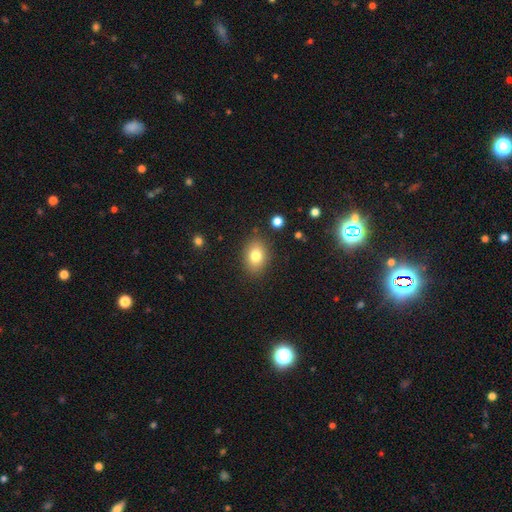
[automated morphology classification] type=smooth (79%); roundness=in between (73%); merging=none (85%).